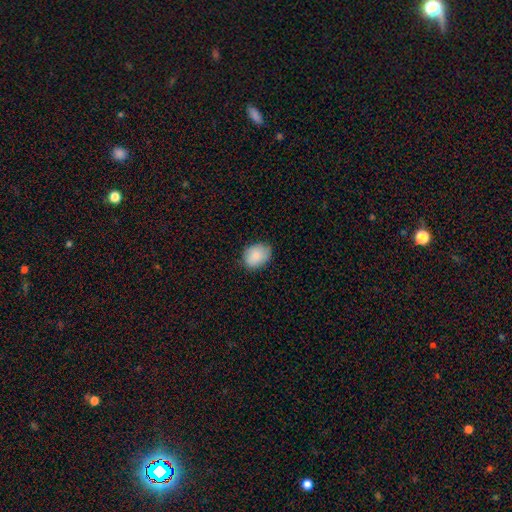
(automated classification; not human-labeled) Smooth or featured: smooth — 85% (featured or disk — 8%)
How rounded: in between — 60% (round — 39%)
Merging: none — 75% (minor disturbance — 21%)